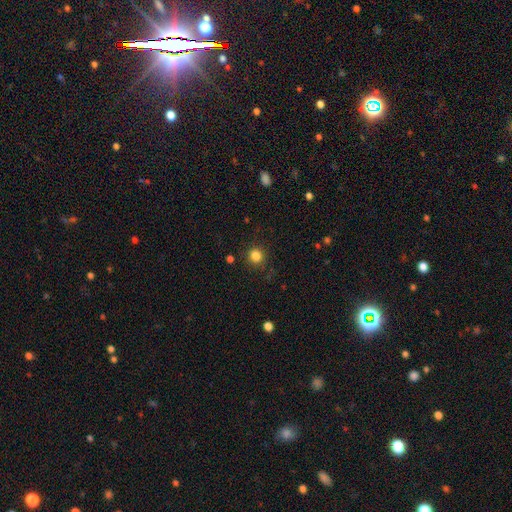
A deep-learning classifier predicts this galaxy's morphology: smooth-or-featured: smooth: 84% | star or artifact: 12% | featured or disk: 4%
  how-rounded: round: 89% | in between: 10% | cigar-shaped: 1%
  merging: none: 85% | minor disturbance: 10% | major disturbance: 4% | merger: 2%